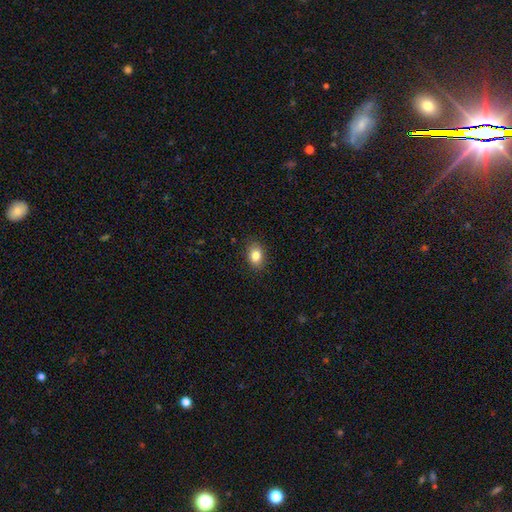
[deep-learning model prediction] Smooth or featured?
  - smooth: 84% *
  - star or artifact: 9%
  - featured or disk: 7%
How rounded?
  - in between: 72% *
  - round: 27%
  - cigar-shaped: 1%
Merging?
  - none: 87% *
  - minor disturbance: 9%
  - major disturbance: 2%
  - merger: 1%